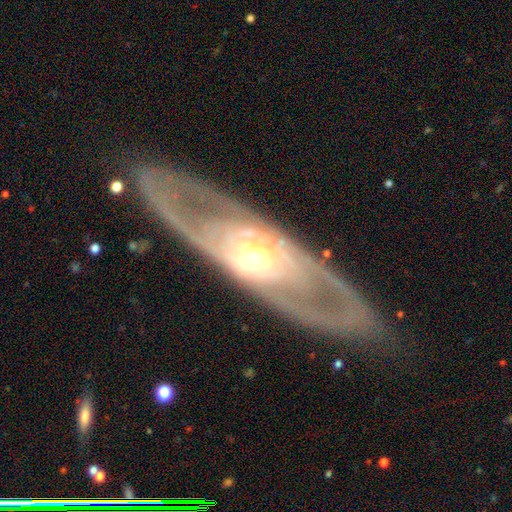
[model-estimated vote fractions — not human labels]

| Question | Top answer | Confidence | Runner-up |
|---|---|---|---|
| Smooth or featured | featured or disk | 82% | smooth (13%) |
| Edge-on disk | no | 76% | yes (24%) |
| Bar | no | 68% | weak (21%) |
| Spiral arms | yes | 57% | no (43%) |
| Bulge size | moderate | 52% | small (38%) |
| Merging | none | 82% | minor disturbance (11%) |